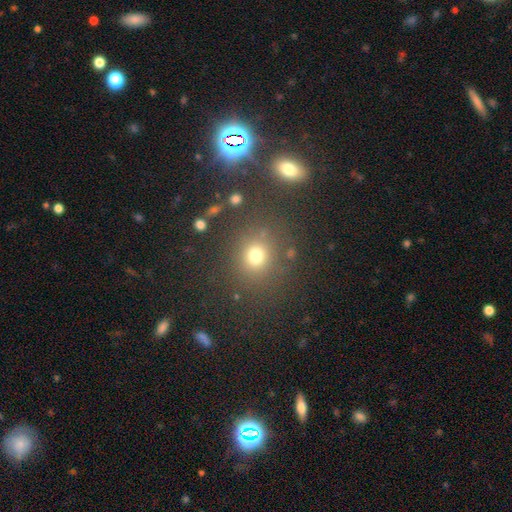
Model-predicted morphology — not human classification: type=smooth (72%); roundness=round (81%); merging=none (78%).